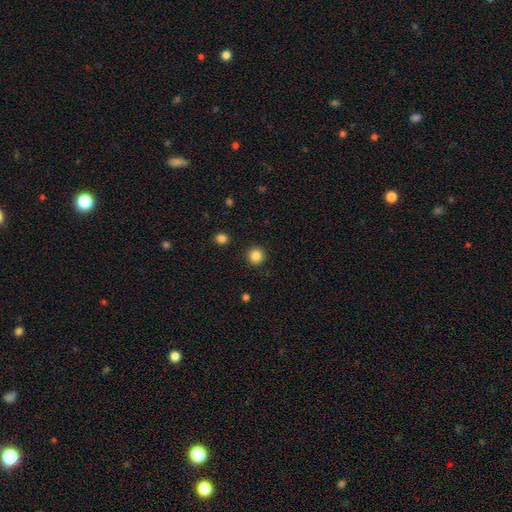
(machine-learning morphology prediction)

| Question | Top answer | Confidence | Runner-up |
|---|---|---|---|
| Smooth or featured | smooth | 85% | star or artifact (11%) |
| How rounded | round | 94% | in between (5%) |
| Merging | none | 92% | minor disturbance (5%) |